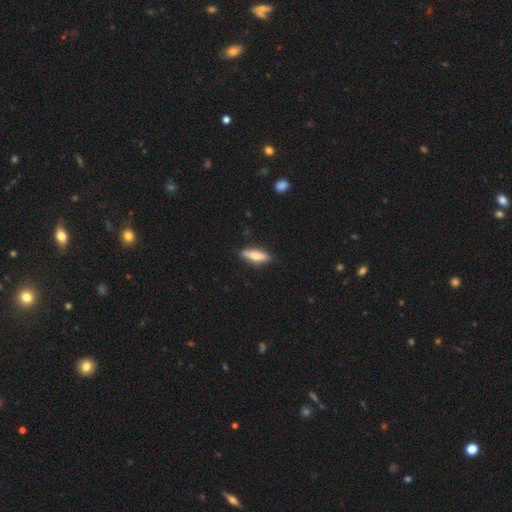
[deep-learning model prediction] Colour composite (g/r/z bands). It shows a smooth galaxy with no disk features (68%) that is cigar-shaped (50%). Merging: none (84%).